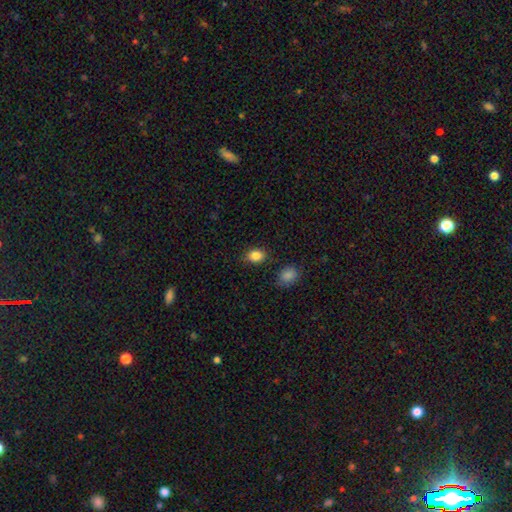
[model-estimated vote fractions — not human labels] A smooth galaxy with no disk features (86%) that is in between round and cigar-shaped (59%).

Vote fractions:
- Smooth or featured? smooth: 86% / star or artifact: 10% / featured or disk: 5%
- How rounded? in between: 59% / round: 40% / cigar-shaped: 1%
- Merging? none: 82% / minor disturbance: 11% / merger: 3% / major disturbance: 3%